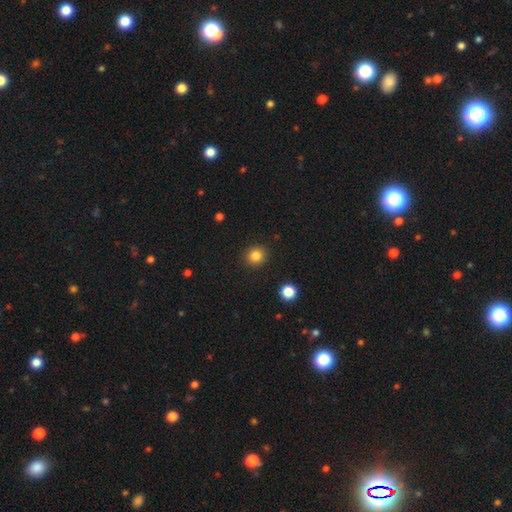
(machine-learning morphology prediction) Smooth or featured?
  - smooth: 84% *
  - star or artifact: 11%
  - featured or disk: 5%
How rounded?
  - round: 87% *
  - in between: 12%
  - cigar-shaped: 1%
Merging?
  - none: 91% *
  - minor disturbance: 6%
  - major disturbance: 2%
  - merger: 1%